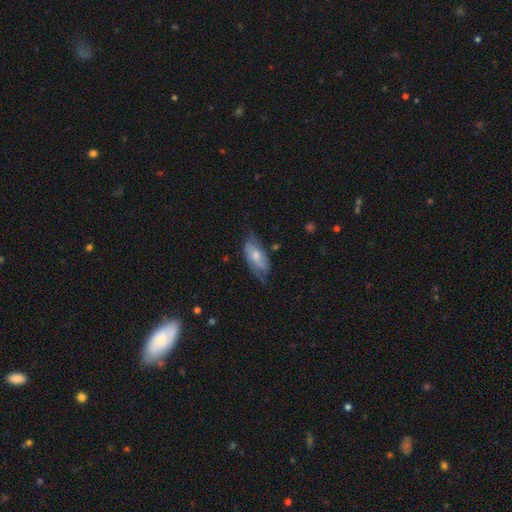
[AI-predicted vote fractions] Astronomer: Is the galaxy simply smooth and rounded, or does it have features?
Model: smooth — 49% (runner-up: featured or disk, 45%).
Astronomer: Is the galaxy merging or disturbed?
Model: none — 54% (runner-up: minor disturbance, 32%).